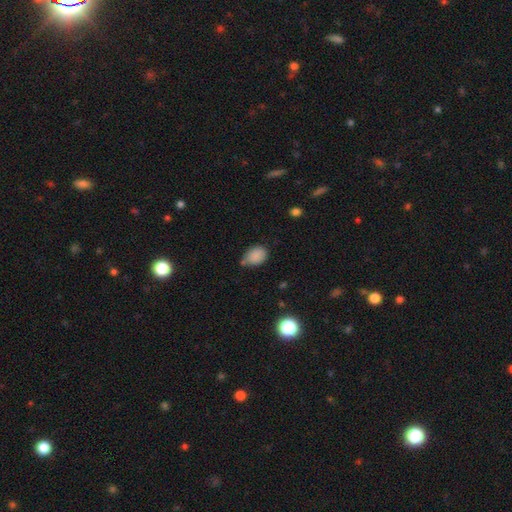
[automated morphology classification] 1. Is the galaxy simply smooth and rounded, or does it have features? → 85% smooth, 10% star or artifact, 5% featured or disk.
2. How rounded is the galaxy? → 69% in between, 30% round, 1% cigar-shaped.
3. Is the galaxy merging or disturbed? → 57% none, 30% minor disturbance, 8% merger, 6% major disturbance.